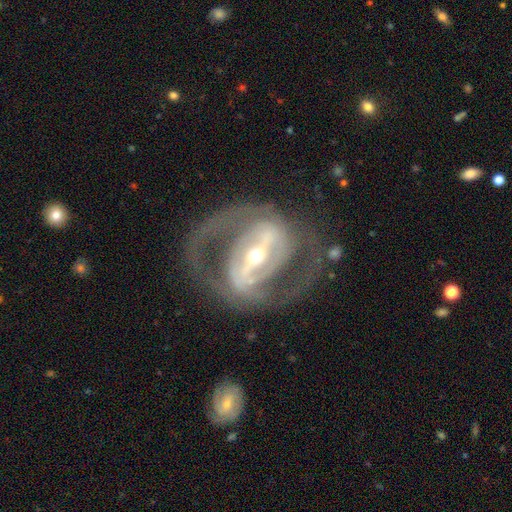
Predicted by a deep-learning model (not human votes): Smooth or featured? featured or disk (88%)
Edge-on disk? no (94%)
Bar? strong (71%)
Spiral arms? yes (83%)
Spiral winding? medium (49%)
Spiral arm count? 2 (81%)
Bulge size? small (57%)
Merging? none (68%)